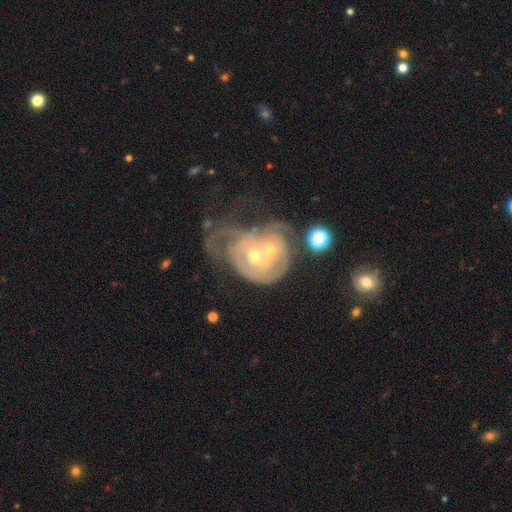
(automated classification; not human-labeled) This is likely a featured or disk galaxy (73%). It is clearly not viewed edge-on (96%). Bar: likely no (77%). Spiral arm pattern: likely yes (70%). Central bulge: possibly moderate (54%). Merging: likely merger (70%).